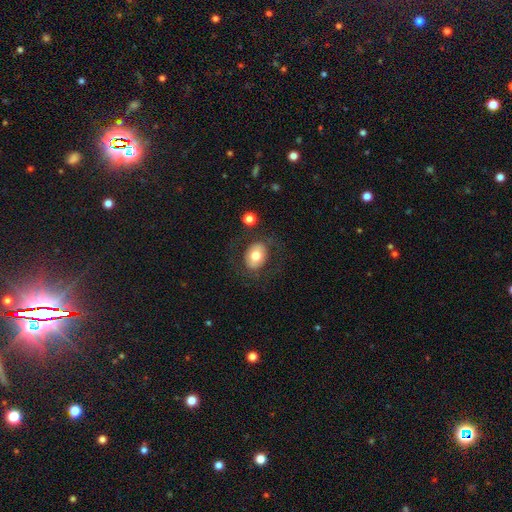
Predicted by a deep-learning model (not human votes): The model was most divided on "how rounded": in between: 60%, round: 39%, cigar-shaped: 1%. More confident: merging — none (75%); smooth or featured — smooth (69%).